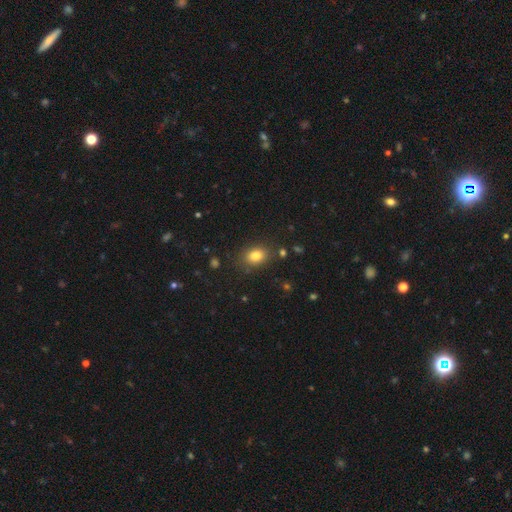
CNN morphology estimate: Smooth or featured?
  - smooth: 81% *
  - star or artifact: 11%
  - featured or disk: 8%
How rounded?
  - in between: 68% *
  - round: 31%
  - cigar-shaped: 1%
Merging?
  - none: 83% *
  - minor disturbance: 11%
  - major disturbance: 3%
  - merger: 2%